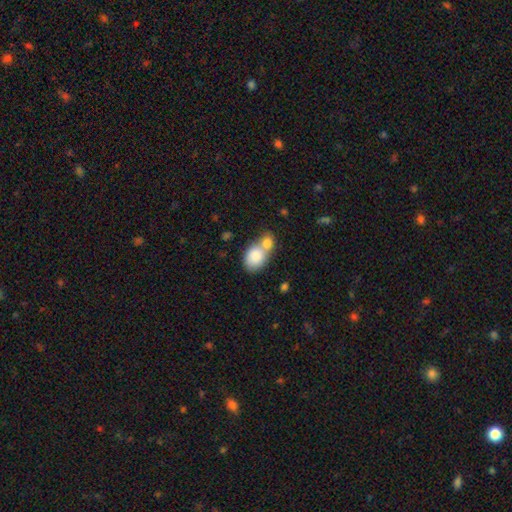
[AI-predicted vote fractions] smooth 83%, featured or disk 10%, star or artifact 7%. Down the decision tree: how rounded — in between (72%); merging — merger (57%).